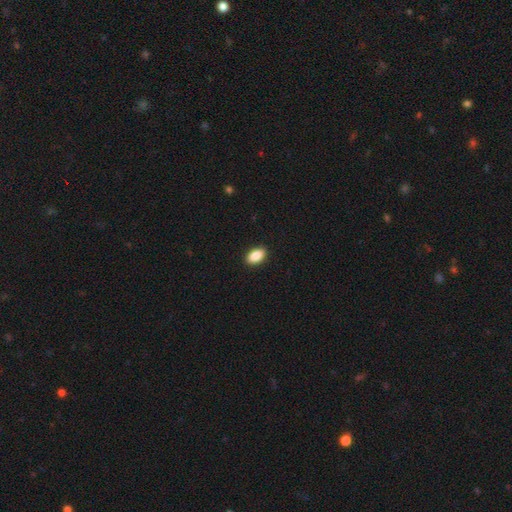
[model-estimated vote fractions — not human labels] Overall: smooth (89%). How rounded: in between (93%). Merging: none (91%).